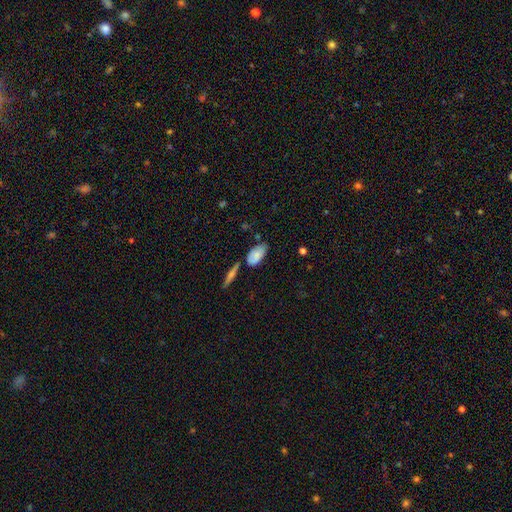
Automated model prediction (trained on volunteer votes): Smooth or featured: smooth — 74% (featured or disk — 18%)
How rounded: in between — 91% (cigar-shaped — 5%)
Merging: none — 59% (minor disturbance — 26%)